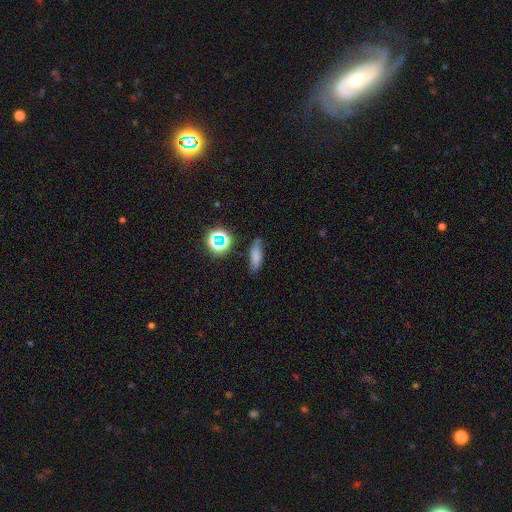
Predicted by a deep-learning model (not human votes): Overall: smooth (70%). How rounded: in between (57%; cigar-shaped 37%). Merging: none (70%).